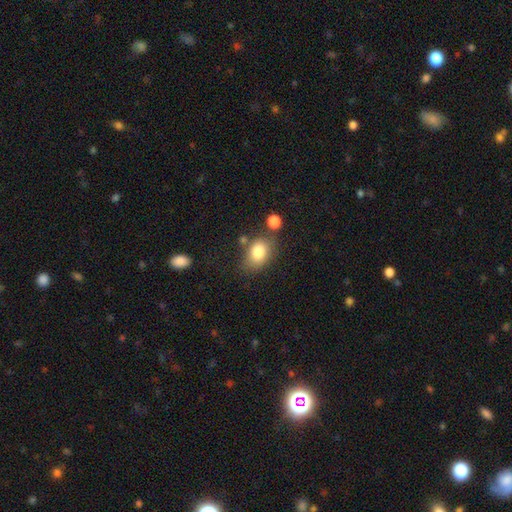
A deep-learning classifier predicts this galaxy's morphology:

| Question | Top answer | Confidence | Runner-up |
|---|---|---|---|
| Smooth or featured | smooth | 81% | featured or disk (10%) |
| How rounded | in between | 76% | round (23%) |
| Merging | none | 64% | minor disturbance (20%) |